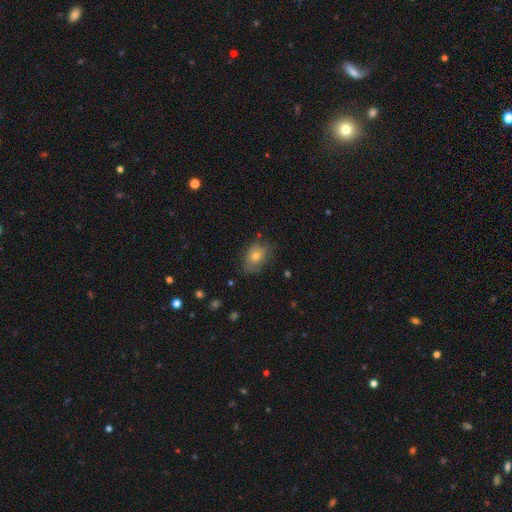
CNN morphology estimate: The model was most divided on "smooth or featured": smooth: 59%, featured or disk: 30%, star or artifact: 10%. More confident: how rounded — in between (72%); merging — none (69%).